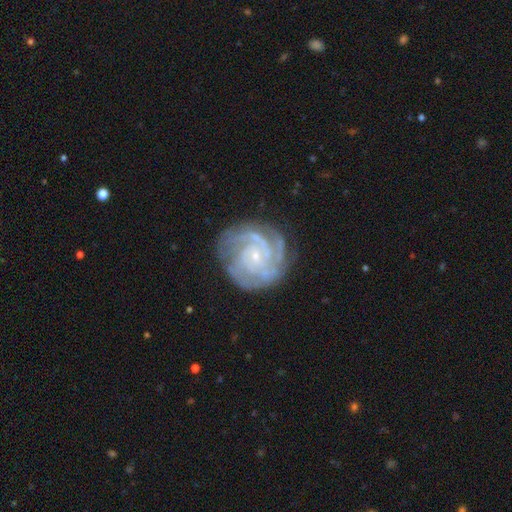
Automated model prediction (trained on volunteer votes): Overall: featured or disk (88%). Edge-on disk: no (98%). Bar: no (73%). Spiral arms: yes (98%). Spiral arm count: 3 (32%; 4 21%). Spiral winding: tight (75%). Bulge size: small (85%). Merging: none (78%).